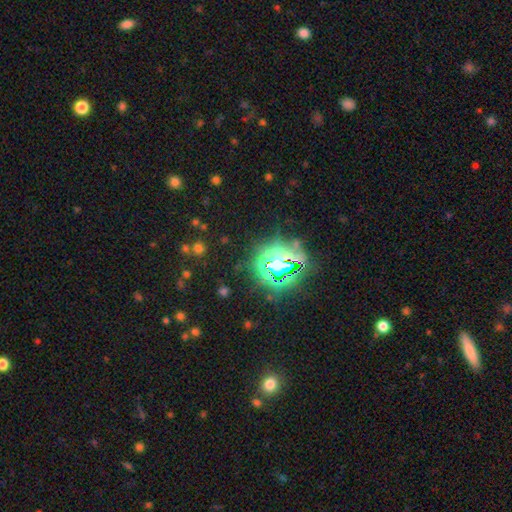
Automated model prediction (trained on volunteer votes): smooth_or_featured: star or artifact (p=0.79) [alt: smooth p=0.14]